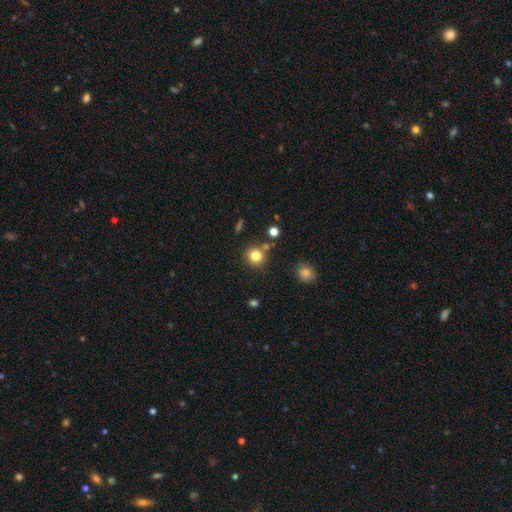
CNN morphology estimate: A smooth galaxy with no disk features (81%) that is round (90%). Merging: none (76%).